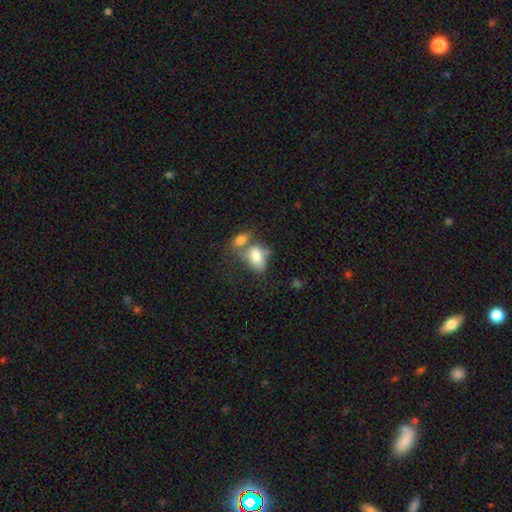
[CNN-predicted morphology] smooth-or-featured: smooth: 76% | featured or disk: 16% | star or artifact: 8%
  how-rounded: in between: 86% | round: 13% | cigar-shaped: 2%
  merging: merger: 52% | none: 25% | minor disturbance: 14% | major disturbance: 9%